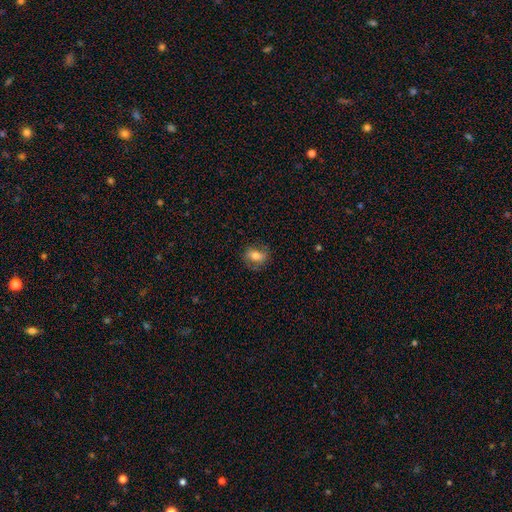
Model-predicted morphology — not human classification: type=smooth (66%); roundness=in between (64%); merging=none (76%).